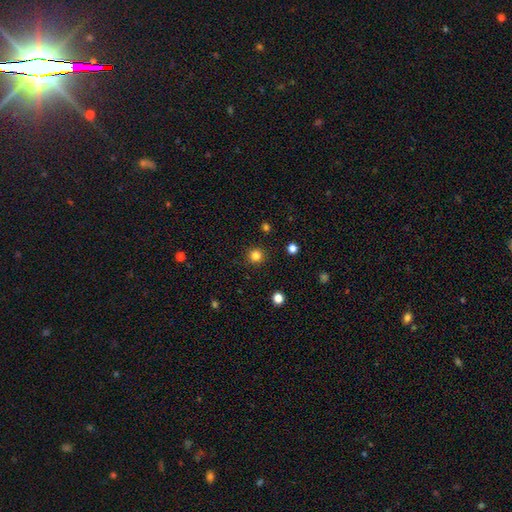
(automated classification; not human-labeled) Smooth or featured? smooth (83%)
How rounded? round (95%)
Merging? none (91%)